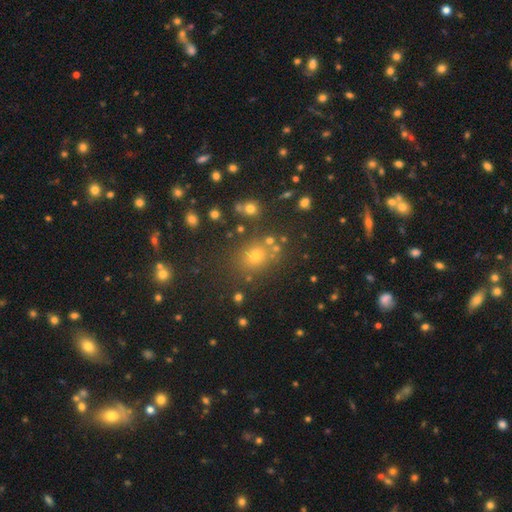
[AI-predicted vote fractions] Smooth or featured?
  - smooth: 63% *
  - star or artifact: 27%
  - featured or disk: 9%
How rounded?
  - round: 72% *
  - in between: 27%
  - cigar-shaped: 1%
Merging?
  - none: 79% *
  - minor disturbance: 10%
  - merger: 7%
  - major disturbance: 4%